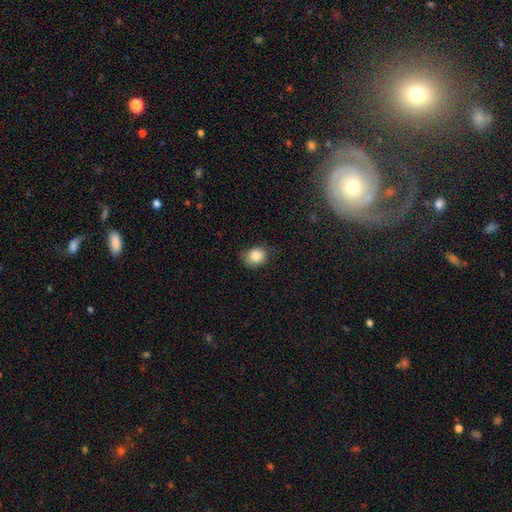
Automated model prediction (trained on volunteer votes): smooth_or_featured: smooth (p=0.84) [alt: star or artifact p=0.09]
how_rounded: round (p=0.62) [alt: in between p=0.37]
merging: none (p=0.76) [alt: minor disturbance p=0.19]